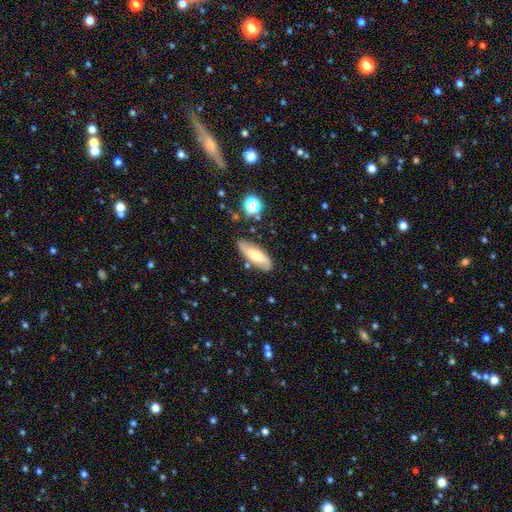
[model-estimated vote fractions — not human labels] This appears to be a smooth galaxy with no disk features (49%). Merging: none (73%).